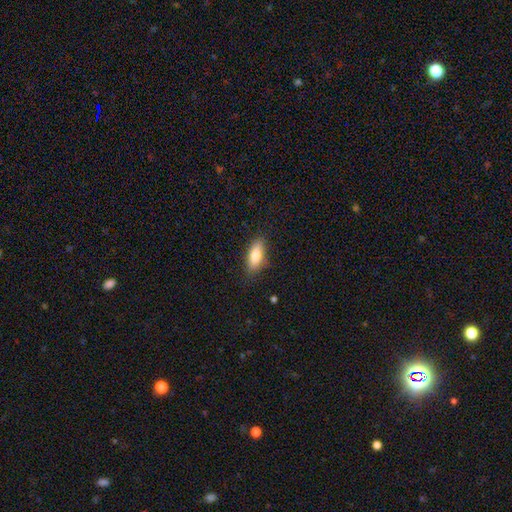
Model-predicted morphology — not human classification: Smooth or featured? Predicted: smooth (p=0.77). How rounded? Predicted: in between (p=0.75). Merging? Predicted: none (p=0.83).